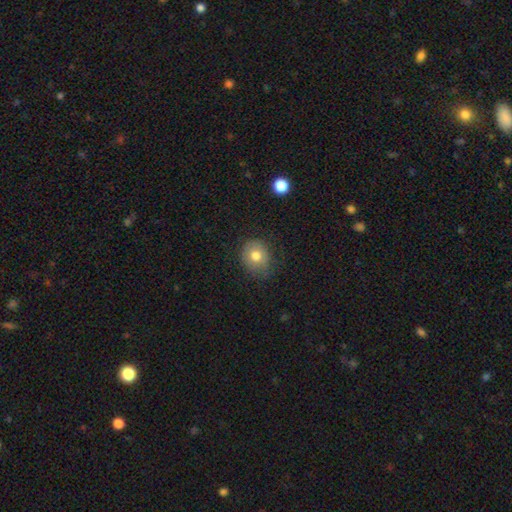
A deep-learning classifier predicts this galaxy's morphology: smooth 77%, featured or disk 13%, star or artifact 9%. Down the decision tree: how rounded — round (72%); merging — none (71%).